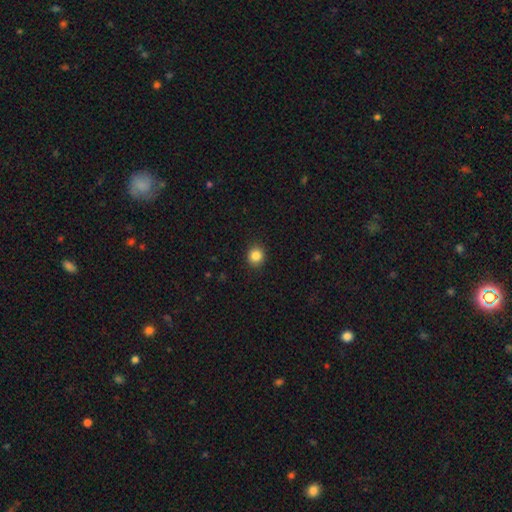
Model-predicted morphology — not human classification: type=smooth (85%); roundness=round (80%); merging=none (90%).